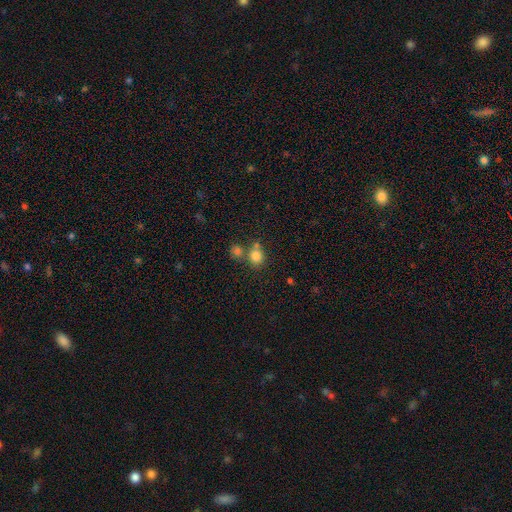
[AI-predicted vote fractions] Smooth or featured: smooth — 81% (star or artifact — 12%)
How rounded: round — 76% (in between — 23%)
Merging: none — 56% (merger — 30%)